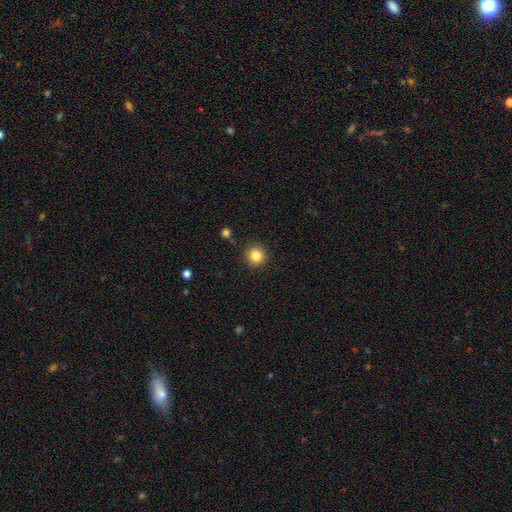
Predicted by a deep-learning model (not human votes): smooth-or-featured: smooth: 84% | star or artifact: 11% | featured or disk: 5%
  how-rounded: round: 95% | in between: 4% | cigar-shaped: 1%
  merging: none: 90% | minor disturbance: 6% | major disturbance: 2% | merger: 2%